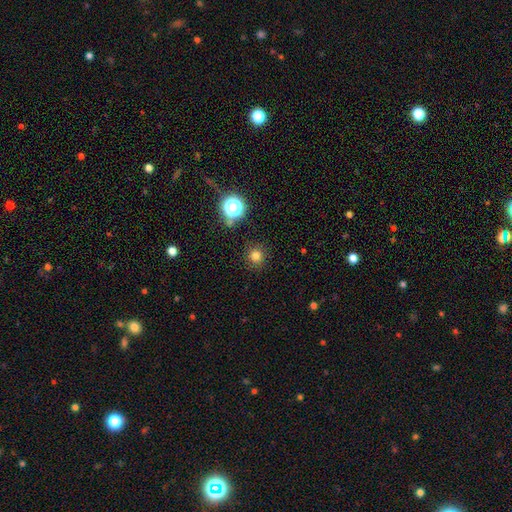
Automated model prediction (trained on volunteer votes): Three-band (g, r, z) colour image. It shows a smooth galaxy with no disk features (77%) that is round (93%). Merging: none (89%).